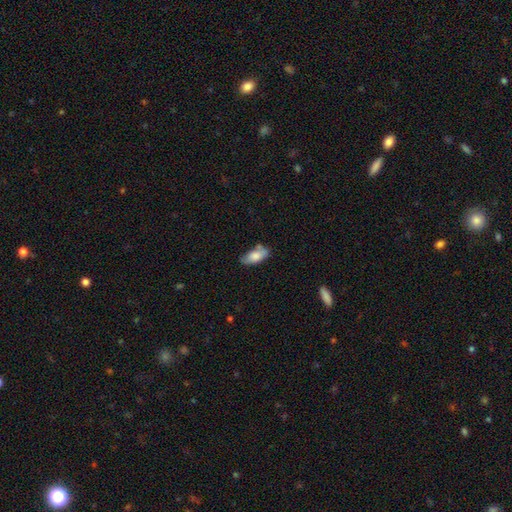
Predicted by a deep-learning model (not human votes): This is likely a smooth galaxy (78%). How rounded: clearly in between (89%). Merging: likely none (63%).